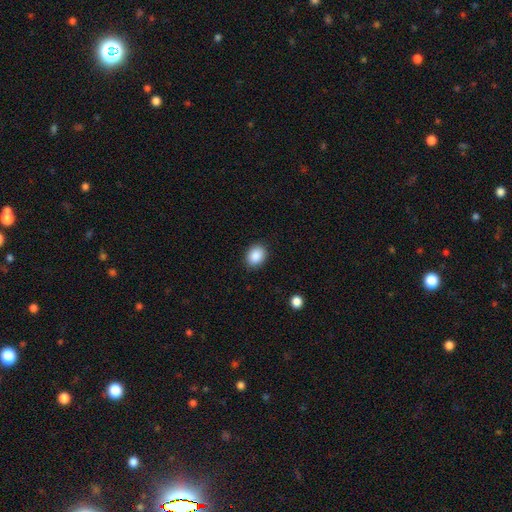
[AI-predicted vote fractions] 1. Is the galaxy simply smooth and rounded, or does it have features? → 89% smooth, 8% star or artifact, 3% featured or disk.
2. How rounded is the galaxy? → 56% in between, 44% round, 1% cigar-shaped.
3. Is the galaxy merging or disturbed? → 89% none, 8% minor disturbance, 2% major disturbance, 1% merger.